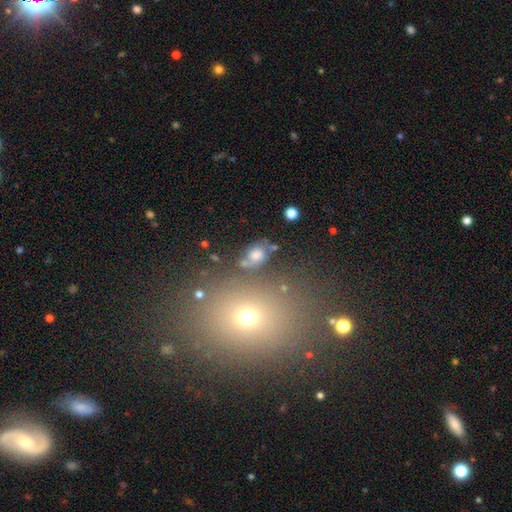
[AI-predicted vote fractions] A smooth galaxy with no disk features (64%) that is in between round and cigar-shaped (69%). Merging: none (58%).